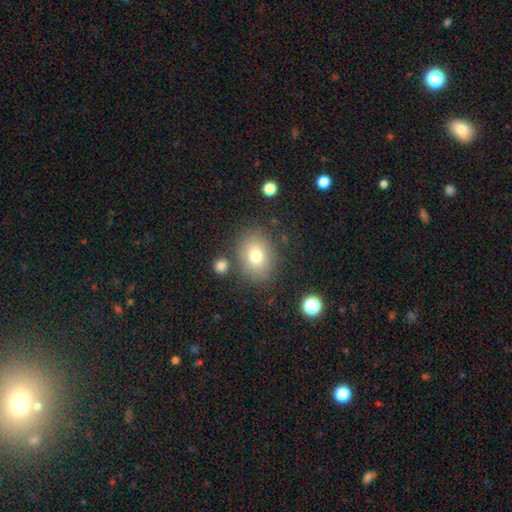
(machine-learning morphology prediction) This appears to be a smooth galaxy with no disk features (75%) that is in between round and cigar-shaped (55%). Merging: none (78%).